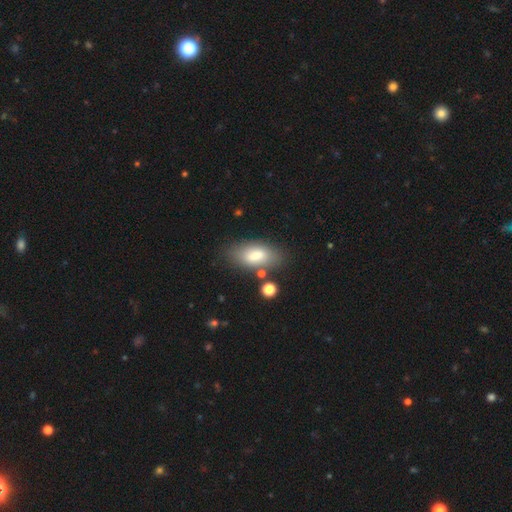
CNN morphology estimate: A smooth galaxy with no disk features (77%) that is in between round and cigar-shaped (88%).

Vote fractions:
- Smooth or featured? smooth: 77% / featured or disk: 15% / star or artifact: 7%
- How rounded? in between: 88% / cigar-shaped: 8% / round: 3%
- Merging? none: 75% / minor disturbance: 14% / merger: 6% / major disturbance: 5%